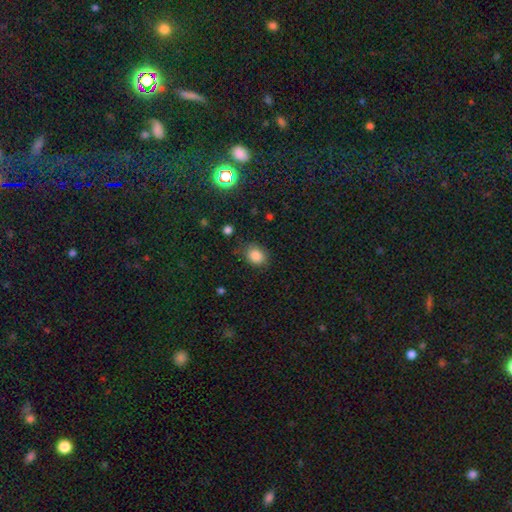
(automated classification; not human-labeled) Overall: smooth (84%). How rounded: round (55%; in between 44%). Merging: none (75%).